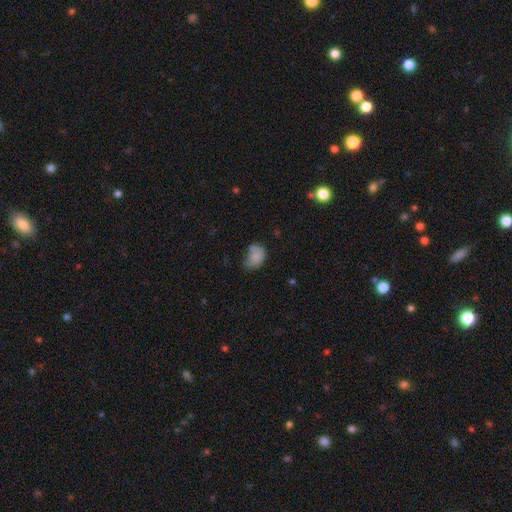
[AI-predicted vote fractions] Smooth or featured: smooth — 75% (featured or disk — 15%)
How rounded: in between — 71% (round — 28%)
Merging: minor disturbance — 34% (none — 32%)